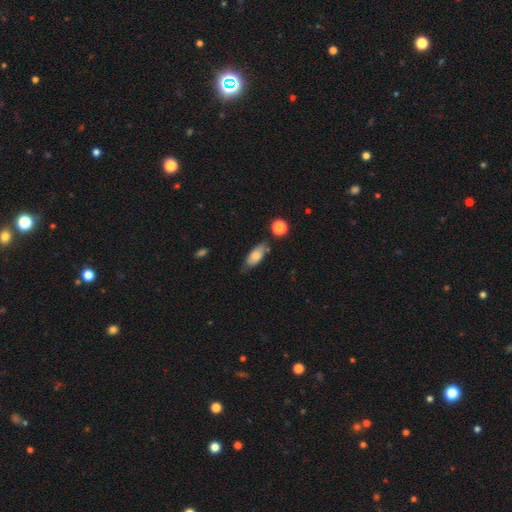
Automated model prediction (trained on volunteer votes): A smooth galaxy with no disk features (73%) that is in between round and cigar-shaped (81%).

Vote fractions:
- Smooth or featured? smooth: 73% / featured or disk: 19% / star or artifact: 8%
- How rounded? in between: 81% / cigar-shaped: 16% / round: 3%
- Merging? none: 65% / minor disturbance: 24% / major disturbance: 6% / merger: 5%